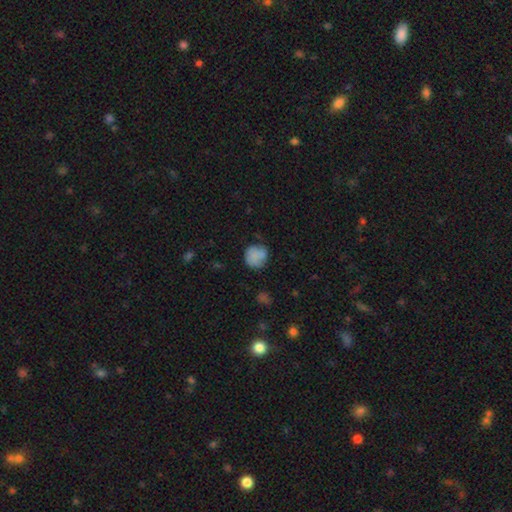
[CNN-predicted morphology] smooth-or-featured: smooth: 75% | featured or disk: 17% | star or artifact: 9%
  how-rounded: round: 85% | in between: 14% | cigar-shaped: 1%
  merging: none: 62% | minor disturbance: 25% | major disturbance: 9% | merger: 5%